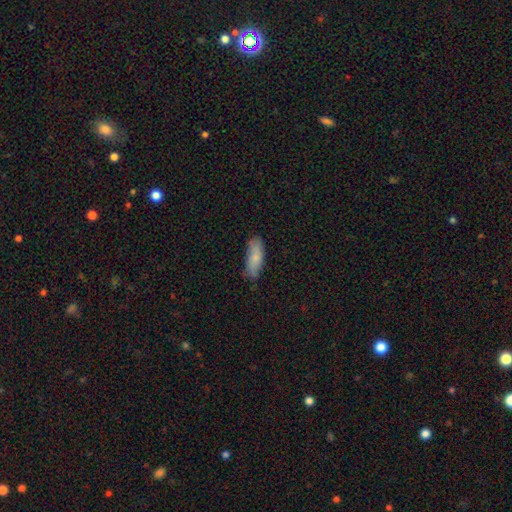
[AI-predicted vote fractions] A smooth galaxy with no disk features (82%) that is in between round and cigar-shaped (70%).

Vote fractions:
- Smooth or featured? smooth: 82% / featured or disk: 12% / star or artifact: 6%
- How rounded? in between: 70% / cigar-shaped: 28% / round: 2%
- Merging? none: 73% / minor disturbance: 22% / major disturbance: 4% / merger: 2%